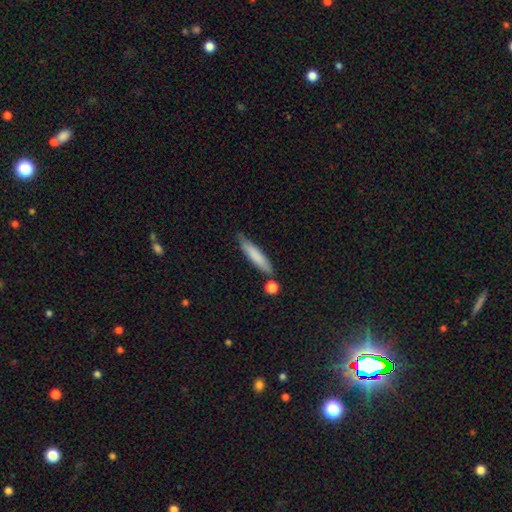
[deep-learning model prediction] Morphology: type=smooth (77%); roundness=cigar-shaped (88%); merging=none (75%).